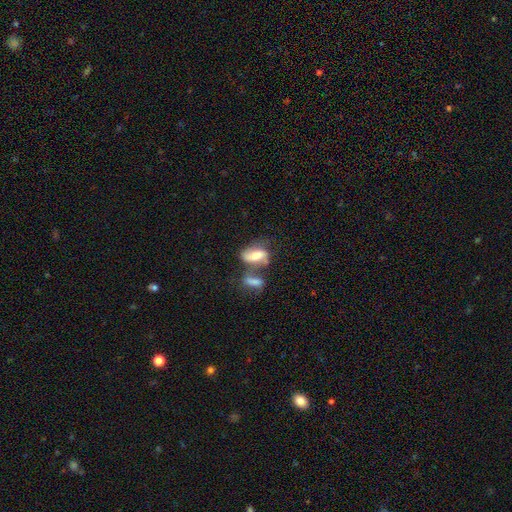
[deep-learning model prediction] Q: Smooth or featured?
A: smooth (49%); runner-up: featured or disk (42%)
Q: Merging?
A: merger (43%); runner-up: none (30%)